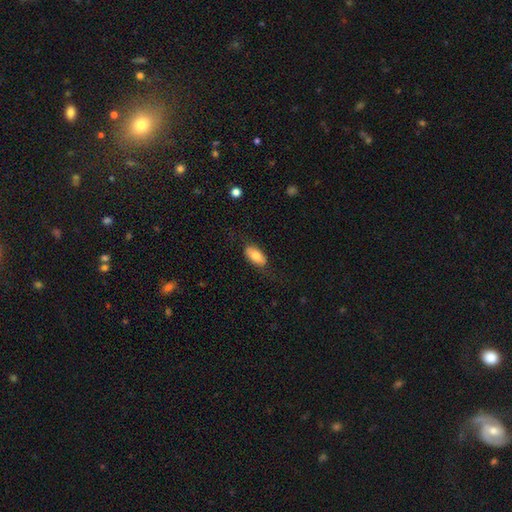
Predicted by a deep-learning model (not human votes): Overall: smooth (73%). How rounded: in between (90%). Merging: none (73%).